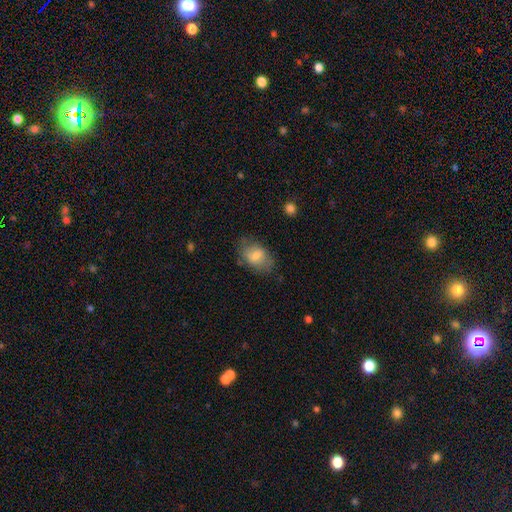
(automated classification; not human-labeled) Morphology: type=smooth (73%); roundness=in between (82%); merging=none (69%).